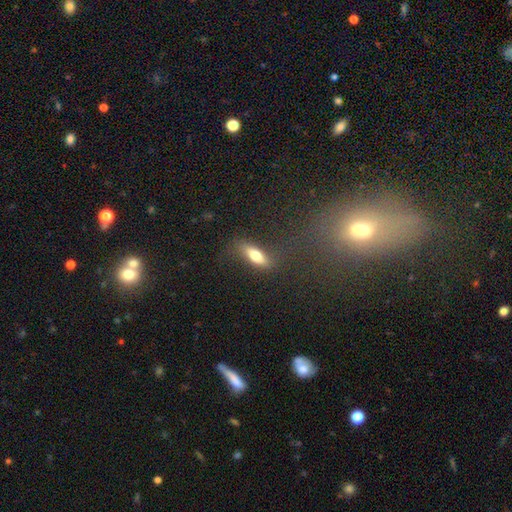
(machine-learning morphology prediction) A smooth galaxy with no disk features (65%) that is in between round and cigar-shaped (49%).

Vote fractions:
- Smooth or featured? smooth: 65% / featured or disk: 28% / star or artifact: 7%
- How rounded? in between: 49% / cigar-shaped: 48% / round: 3%
- Merging? none: 72% / minor disturbance: 18% / major disturbance: 8% / merger: 3%